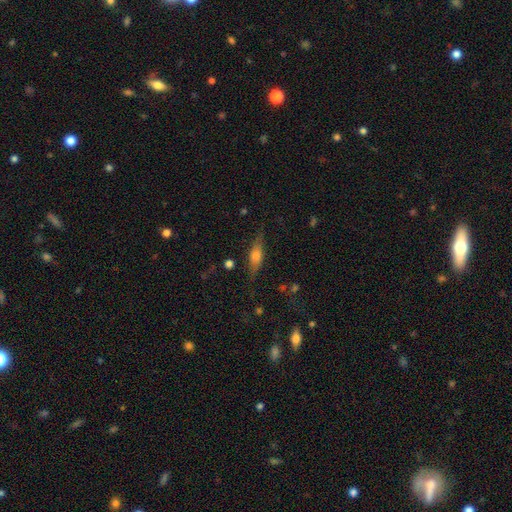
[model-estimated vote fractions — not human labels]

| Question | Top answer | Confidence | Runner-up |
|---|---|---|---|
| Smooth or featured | featured or disk | 50% | smooth (41%) |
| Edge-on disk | yes | 91% | no (9%) |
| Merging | none | 80% | minor disturbance (14%) |